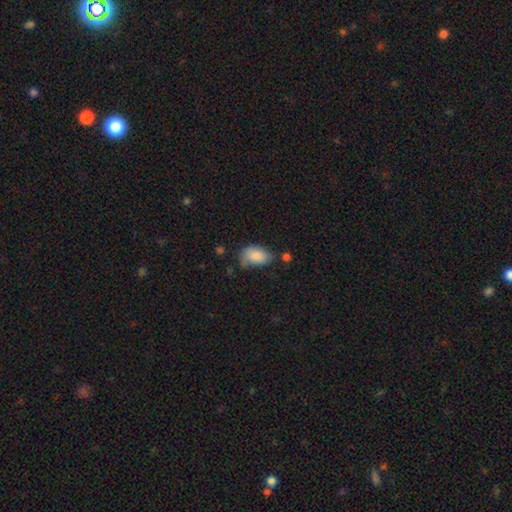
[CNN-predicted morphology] Overall: smooth (84%). How rounded: in between (91%). Merging: none (45%; minor disturbance 36%).